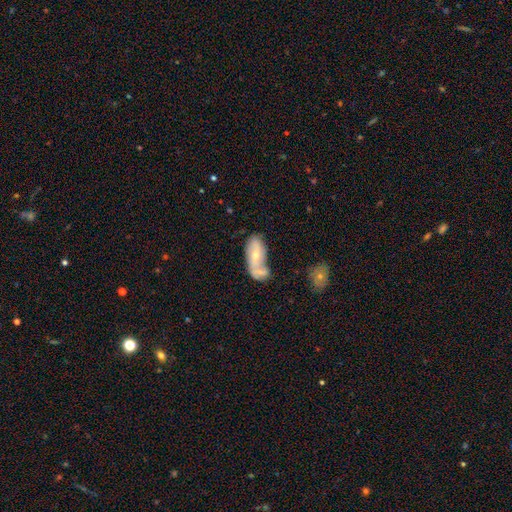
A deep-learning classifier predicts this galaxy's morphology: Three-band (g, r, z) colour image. It shows a featured or disk galaxy (53%). Merging: merger (37%).